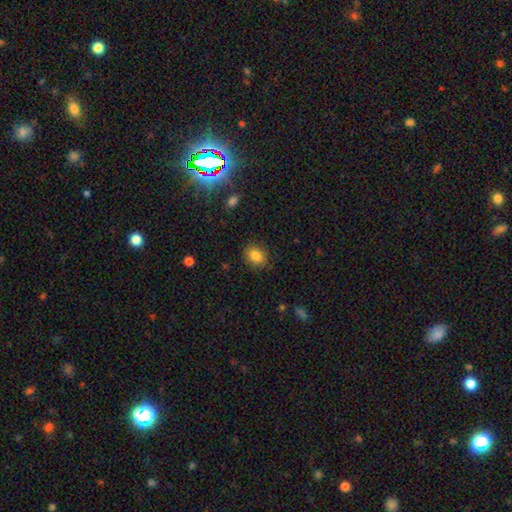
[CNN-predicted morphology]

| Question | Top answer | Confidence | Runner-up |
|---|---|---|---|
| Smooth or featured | smooth | 83% | star or artifact (10%) |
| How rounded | in between | 50% | round (49%) |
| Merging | none | 87% | minor disturbance (9%) |